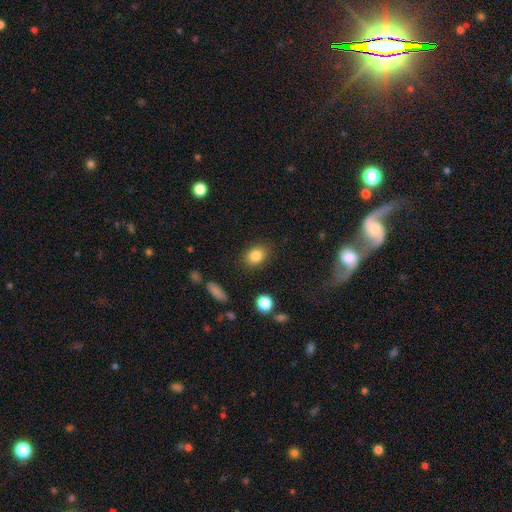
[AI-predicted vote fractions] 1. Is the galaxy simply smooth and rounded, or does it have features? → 83% smooth, 10% star or artifact, 7% featured or disk.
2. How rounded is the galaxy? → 58% in between, 41% round, 1% cigar-shaped.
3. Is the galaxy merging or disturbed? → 85% none, 10% minor disturbance, 3% major disturbance, 2% merger.